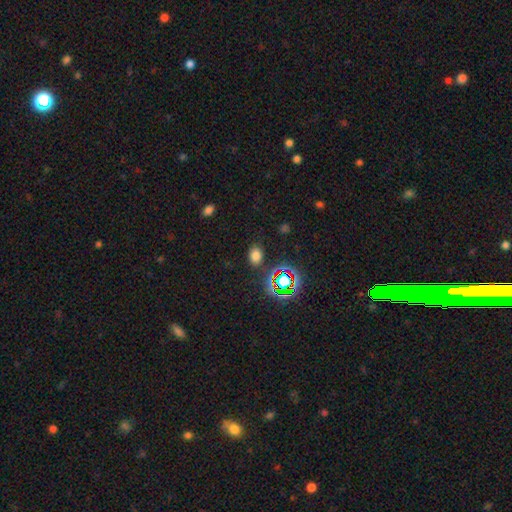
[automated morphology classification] Smooth or featured? Predicted: smooth (p=0.70). How rounded? Predicted: in between (p=0.71). Merging? Predicted: none (p=0.83).